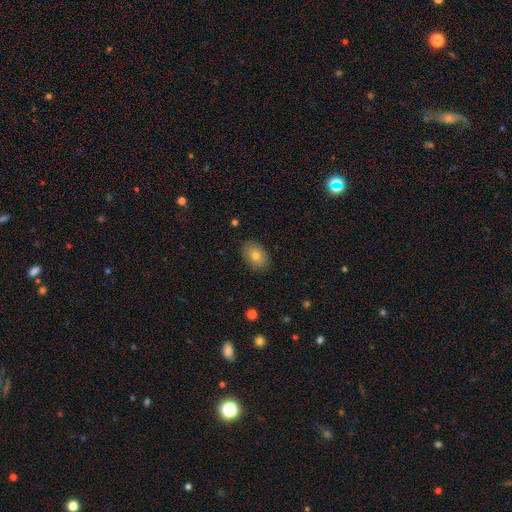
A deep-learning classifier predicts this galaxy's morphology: A smooth galaxy with no disk features (78%) that is in between round and cigar-shaped (81%).

Vote fractions:
- Smooth or featured? smooth: 78% / featured or disk: 13% / star or artifact: 9%
- How rounded? in between: 81% / round: 17% / cigar-shaped: 1%
- Merging? none: 88% / minor disturbance: 9% / major disturbance: 2% / merger: 1%